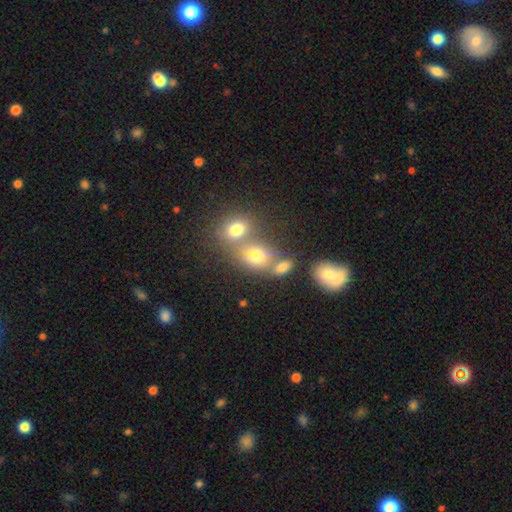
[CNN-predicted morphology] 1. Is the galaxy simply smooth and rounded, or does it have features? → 70% smooth, 16% star or artifact, 14% featured or disk.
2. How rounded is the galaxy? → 50% round, 48% in between, 2% cigar-shaped.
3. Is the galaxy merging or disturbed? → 45% merger, 41% none, 10% minor disturbance, 5% major disturbance.